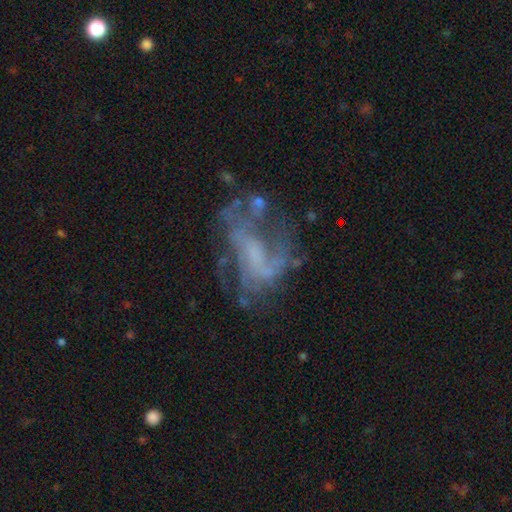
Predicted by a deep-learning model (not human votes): Smooth or featured? featured or disk (73%)
Edge-on disk? no (97%)
Bar? no (53%)
Spiral arms? yes (64%)
Bulge size? none (54%)
Merging? none (42%)